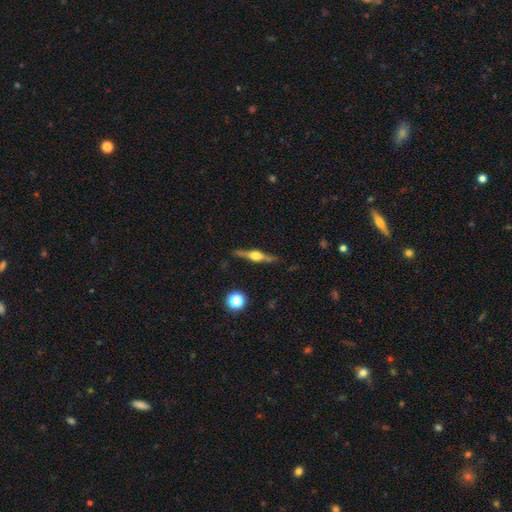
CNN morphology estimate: Overall: featured or disk (78%). Edge-on disk: yes (98%). Edge-on bulge: rounded (93%). Merging: none (86%).